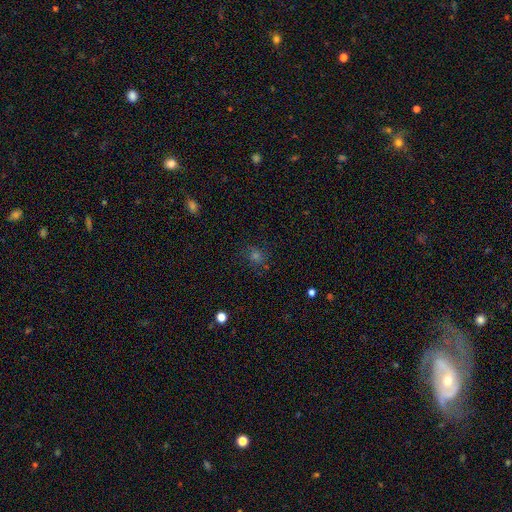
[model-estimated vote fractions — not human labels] The model was most divided on "smooth or featured": smooth: 41%, star or artifact: 37%, featured or disk: 22%. More confident: merging — none (78%).